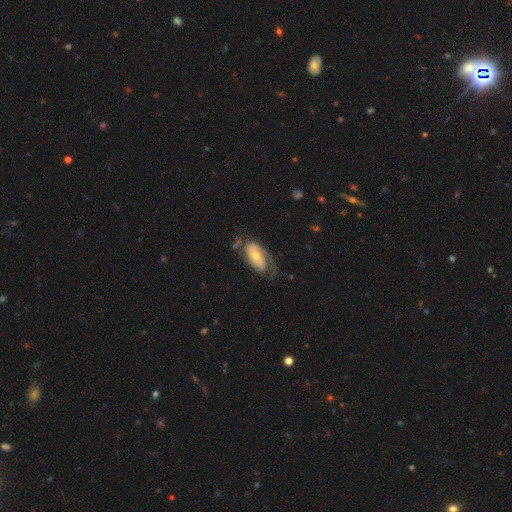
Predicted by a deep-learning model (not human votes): The model was most divided on "bulge size": small: 48%, moderate: 45%, large: 4%, none: 2%, dominant: 1%. Remaining: edge-on disk — no (92%); spiral arms — yes (76%); bar — no (67%); smooth or featured — featured or disk (59%); merging — none (42%).